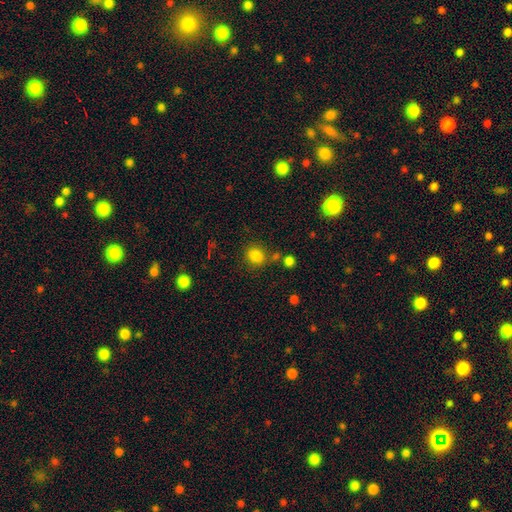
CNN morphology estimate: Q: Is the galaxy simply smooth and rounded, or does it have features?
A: smooth — 83%.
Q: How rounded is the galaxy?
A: round — 73%.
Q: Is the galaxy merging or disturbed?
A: none — 75%.